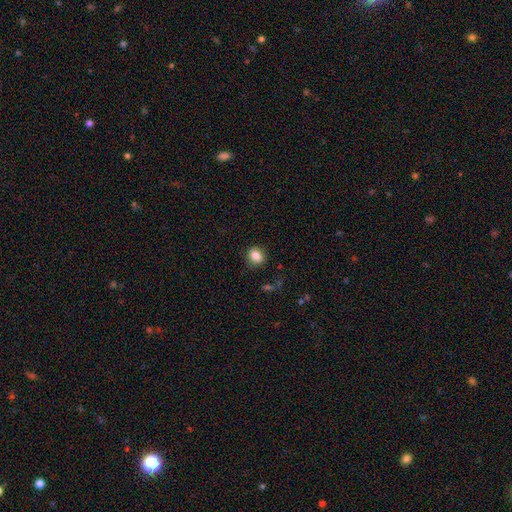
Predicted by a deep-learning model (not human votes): Smooth or featured? Predicted: smooth (p=0.85). How rounded? Predicted: round (p=0.61). Merging? Predicted: none (p=0.86).